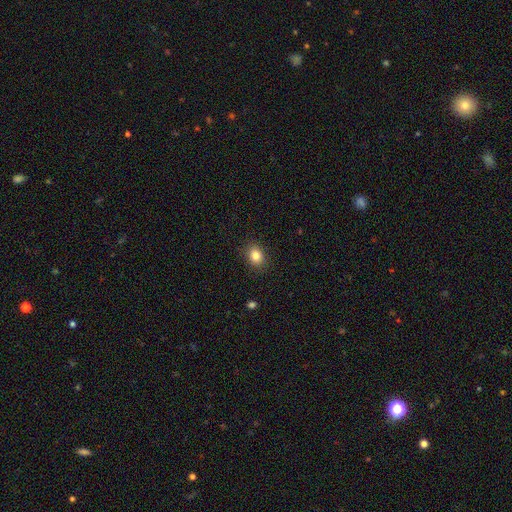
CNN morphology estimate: Q: Smooth or featured?
A: smooth (83%); runner-up: star or artifact (10%)
Q: How rounded?
A: in between (52%); runner-up: round (47%)
Q: Merging?
A: none (89%); runner-up: minor disturbance (8%)